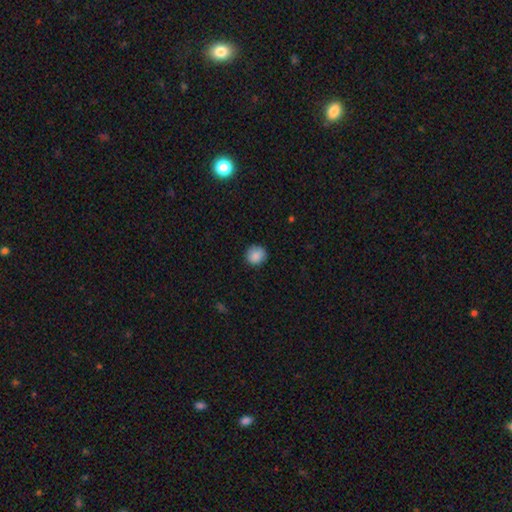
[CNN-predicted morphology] smooth_or_featured: smooth (p=0.87) [alt: star or artifact p=0.09]
how_rounded: round (p=0.91) [alt: in between p=0.08]
merging: none (p=0.86) [alt: minor disturbance p=0.11]